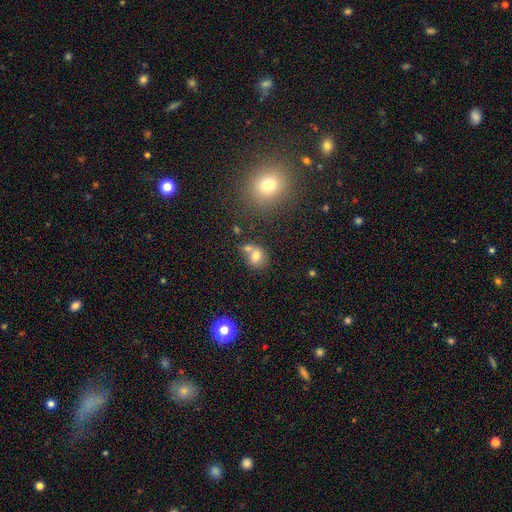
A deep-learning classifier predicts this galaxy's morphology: Smooth or featured? smooth (73%)
How rounded? round (65%)
Merging? merger (43%)